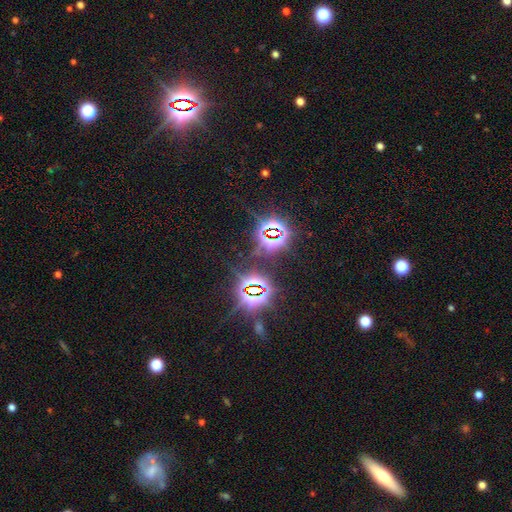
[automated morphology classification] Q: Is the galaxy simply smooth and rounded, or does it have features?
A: star or artifact — 80%.